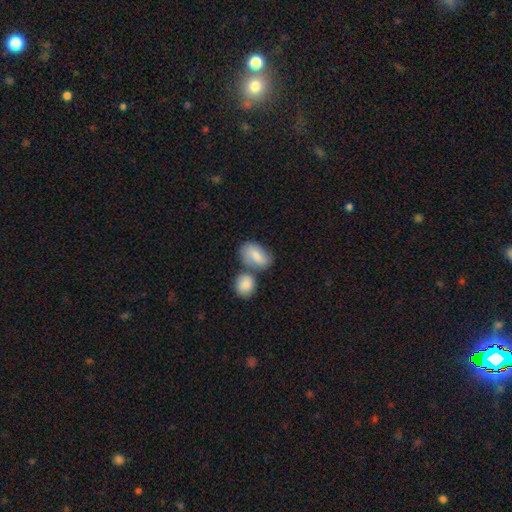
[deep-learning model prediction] This is likely a smooth galaxy (78%). How rounded: clearly in between (88%). Merging: marginally none (44%).